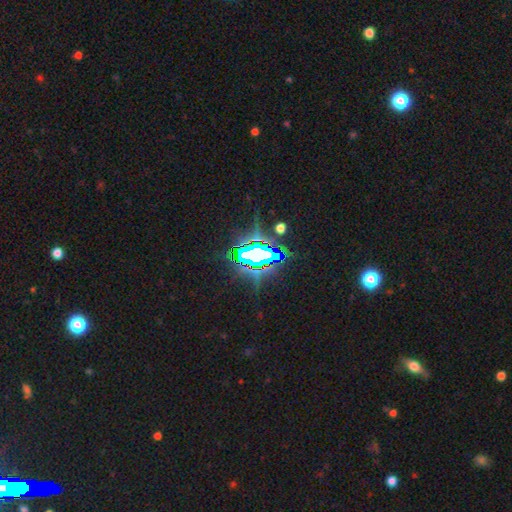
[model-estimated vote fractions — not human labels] Overall: star or artifact (73%).